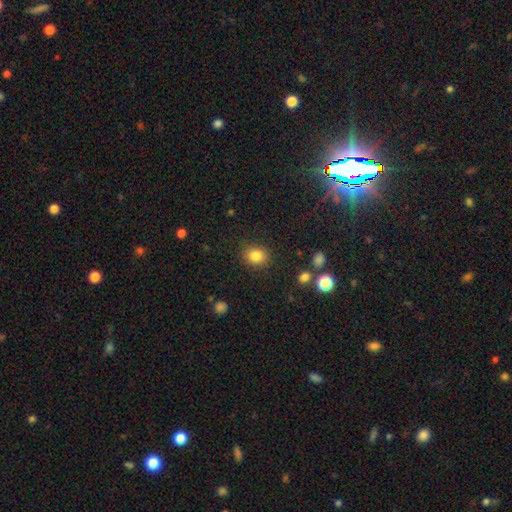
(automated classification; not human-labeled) smooth_or_featured: smooth (p=0.84) [alt: star or artifact p=0.11]
how_rounded: round (p=0.59) [alt: in between p=0.40]
merging: none (p=0.86) [alt: minor disturbance p=0.10]